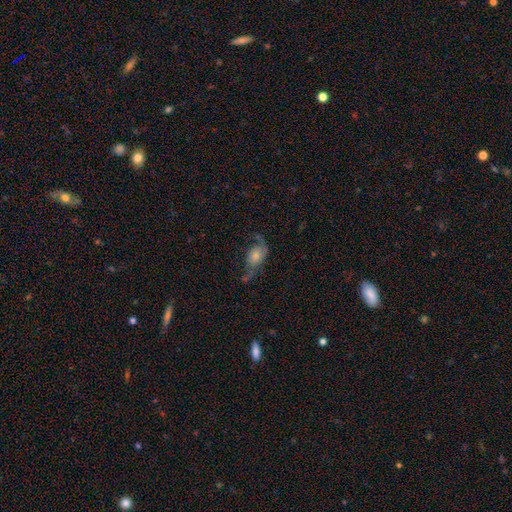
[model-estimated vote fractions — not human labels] This appears to be a featured or disk galaxy (52%). Merging: none (35%).